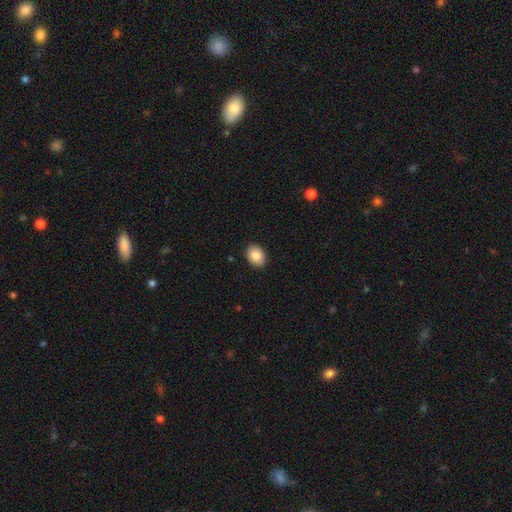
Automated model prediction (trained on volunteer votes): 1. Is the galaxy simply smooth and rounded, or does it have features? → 86% smooth, 7% star or artifact, 7% featured or disk.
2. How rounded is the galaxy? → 74% in between, 25% round, 1% cigar-shaped.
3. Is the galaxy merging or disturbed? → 89% none, 8% minor disturbance, 2% major disturbance, 1% merger.